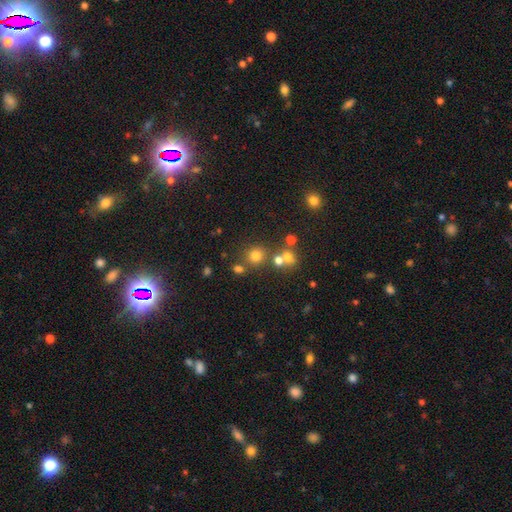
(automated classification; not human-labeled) smooth_or_featured: smooth (p=0.71) [alt: star or artifact p=0.20]
how_rounded: round (p=0.87) [alt: in between p=0.12]
merging: none (p=0.70) [alt: merger p=0.16]